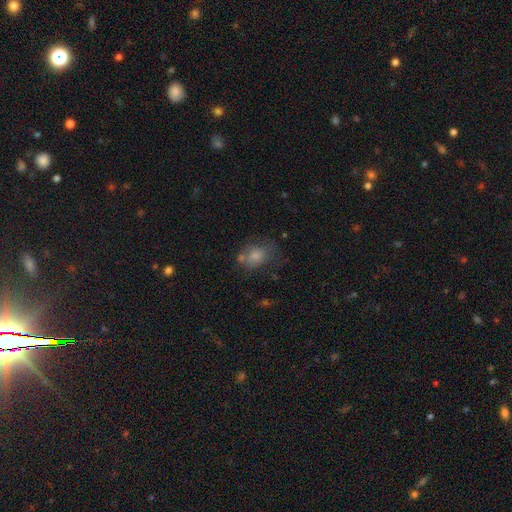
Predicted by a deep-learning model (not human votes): A smooth galaxy with no disk features (75%) that is in between round and cigar-shaped (63%). Merging: none (44%).